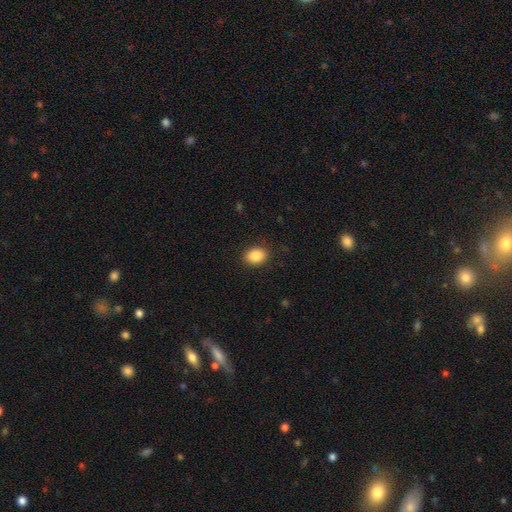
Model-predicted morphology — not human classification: Smooth or featured? Predicted: smooth (p=0.88). How rounded? Predicted: in between (p=0.65). Merging? Predicted: none (p=0.88).